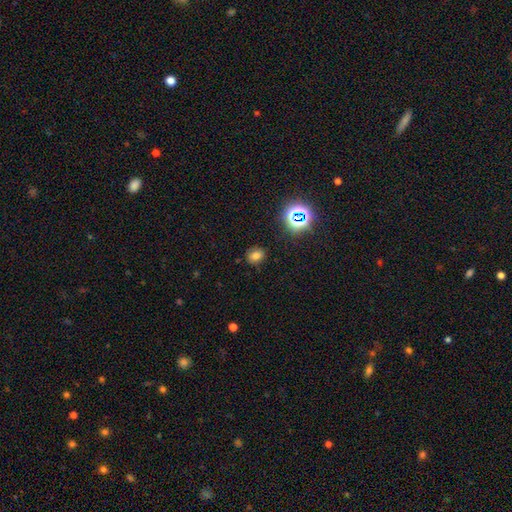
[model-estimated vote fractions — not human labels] Smooth or featured? Predicted: smooth (p=0.70). How rounded? Predicted: in between (p=0.57). Merging? Predicted: none (p=0.83).